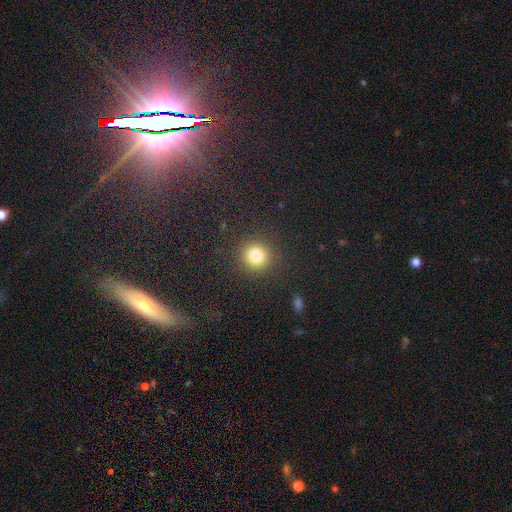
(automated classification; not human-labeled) Overall: smooth (81%). How rounded: round (92%). Merging: none (89%).